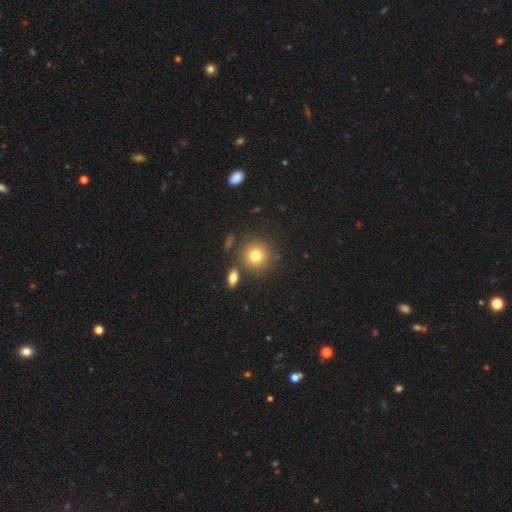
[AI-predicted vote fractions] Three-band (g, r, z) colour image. It shows a smooth galaxy with no disk features (79%) that is round (90%). Merging: none (78%).